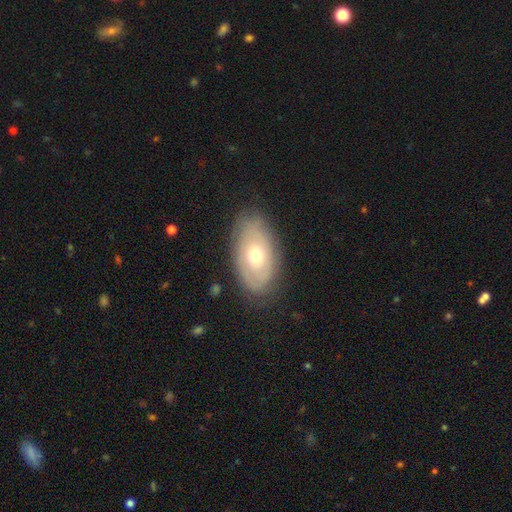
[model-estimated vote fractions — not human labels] Smooth or featured: smooth — 47% (featured or disk — 46%)
Merging: none — 78% (minor disturbance — 16%)